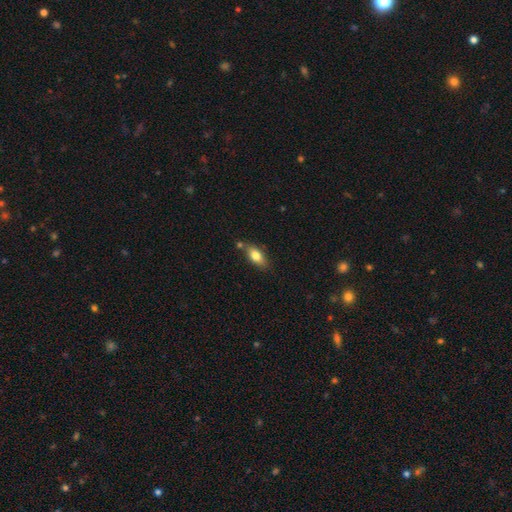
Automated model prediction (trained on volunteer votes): Smooth or featured? Predicted: smooth (p=0.76). How rounded? Predicted: in between (p=0.84). Merging? Predicted: none (p=0.69).